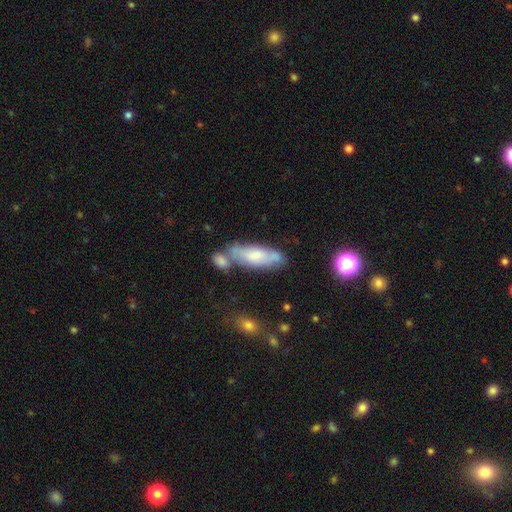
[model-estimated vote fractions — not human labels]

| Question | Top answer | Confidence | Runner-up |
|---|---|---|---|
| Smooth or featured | smooth | 58% | featured or disk (35%) |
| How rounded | in between | 52% | cigar-shaped (46%) |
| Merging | none | 50% | merger (26%) |